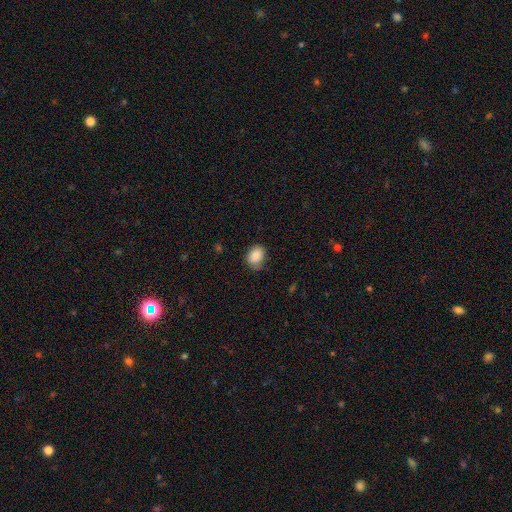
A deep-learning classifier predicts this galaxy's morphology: A smooth galaxy with no disk features (86%) that is in between round and cigar-shaped (61%). Merging: none (68%).